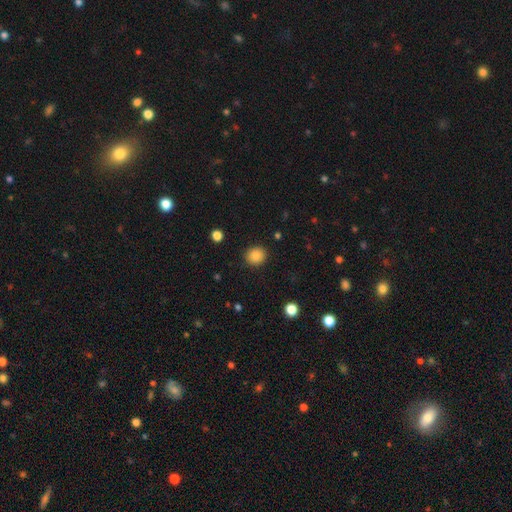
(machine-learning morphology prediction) type=smooth (86%); roundness=round (85%); merging=none (90%).